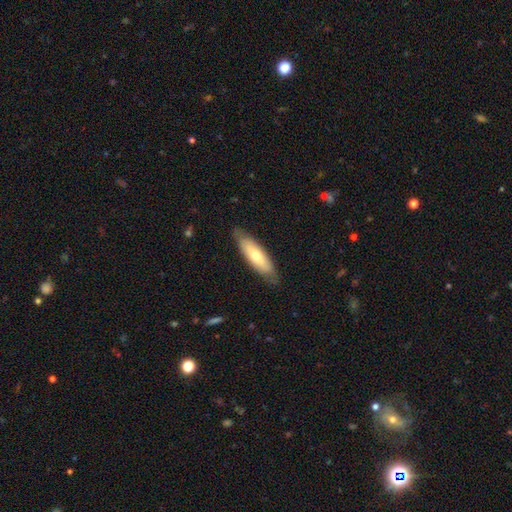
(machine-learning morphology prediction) Overall: smooth (58%; featured or disk 36%). How rounded: in between (53%; cigar-shaped 45%). Merging: none (80%).